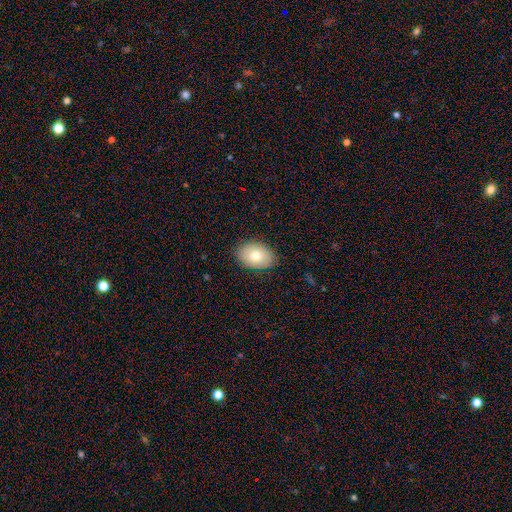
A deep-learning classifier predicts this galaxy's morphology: Smooth or featured: smooth — 77% (featured or disk — 15%)
How rounded: in between — 85% (round — 14%)
Merging: none — 87% (minor disturbance — 10%)